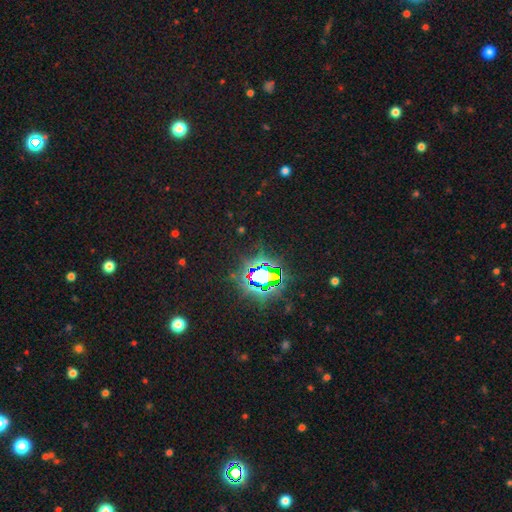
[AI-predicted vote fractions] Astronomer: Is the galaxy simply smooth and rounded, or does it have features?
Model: star or artifact — 83%.